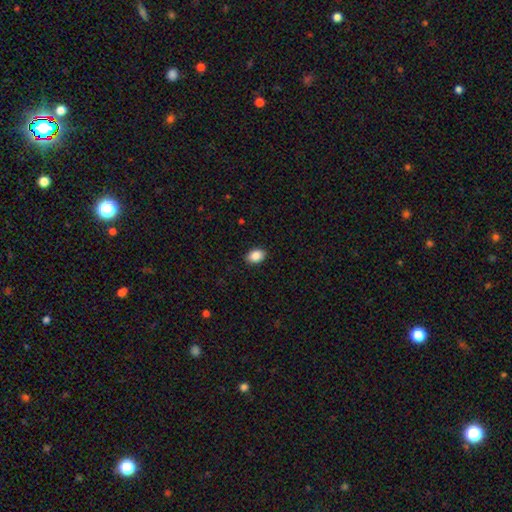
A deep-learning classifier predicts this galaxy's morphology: smooth_or_featured: smooth (p=0.88) [alt: star or artifact p=0.08]
how_rounded: in between (p=0.79) [alt: round p=0.20]
merging: none (p=0.90) [alt: minor disturbance p=0.07]